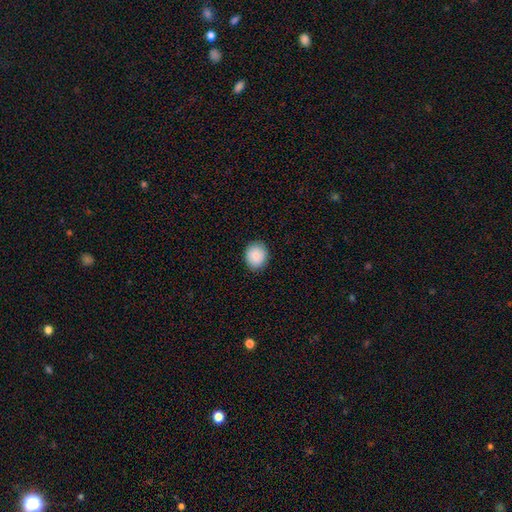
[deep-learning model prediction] This appears to be a smooth galaxy with no disk features (86%) that is round (71%). Merging: none (88%).